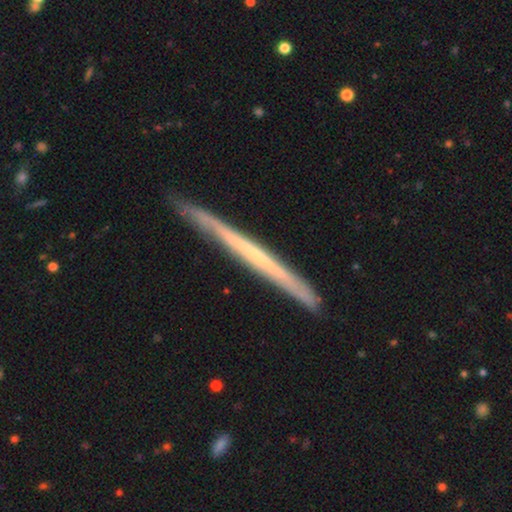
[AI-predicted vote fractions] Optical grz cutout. It shows a featured or disk galaxy (66%) viewed edge-on (96%) with no central bulge (85%). Merging: none (84%).